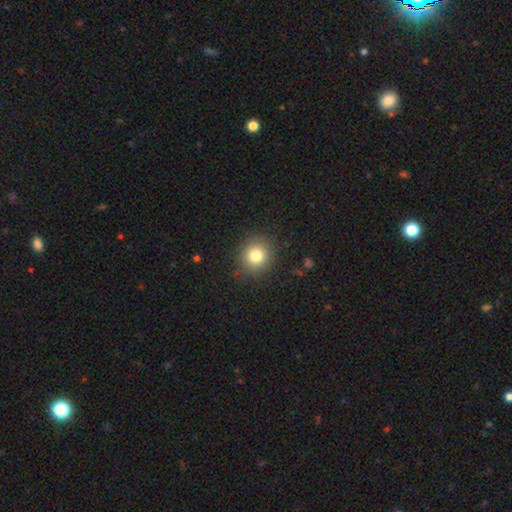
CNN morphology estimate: The model was most divided on "smooth or featured": smooth: 80%, star or artifact: 12%, featured or disk: 8%. More confident: merging — none (88%); how rounded — round (87%).